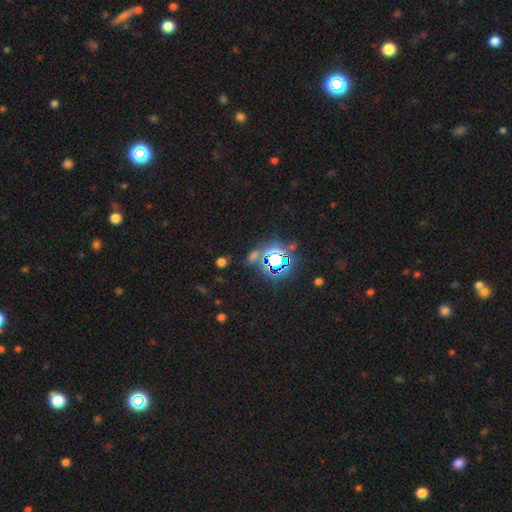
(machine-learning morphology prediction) Smooth or featured: star or artifact — 71% (smooth — 21%)